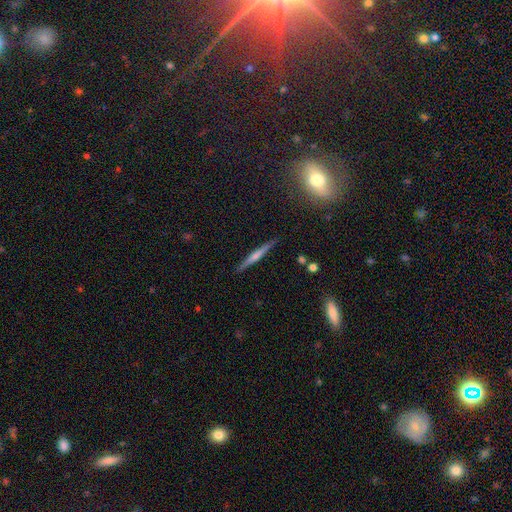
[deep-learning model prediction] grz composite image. It shows a featured or disk galaxy (68%) viewed edge-on (97%) with a rounded central bulge (65%). Merging: none (90%).